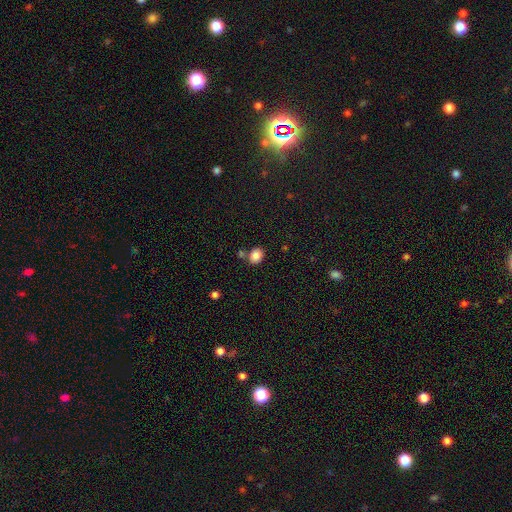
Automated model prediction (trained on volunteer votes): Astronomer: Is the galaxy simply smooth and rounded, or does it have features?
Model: smooth — 85%.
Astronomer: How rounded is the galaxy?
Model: round — 52% (runner-up: in between, 48%).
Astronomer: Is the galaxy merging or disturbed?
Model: none — 69%.